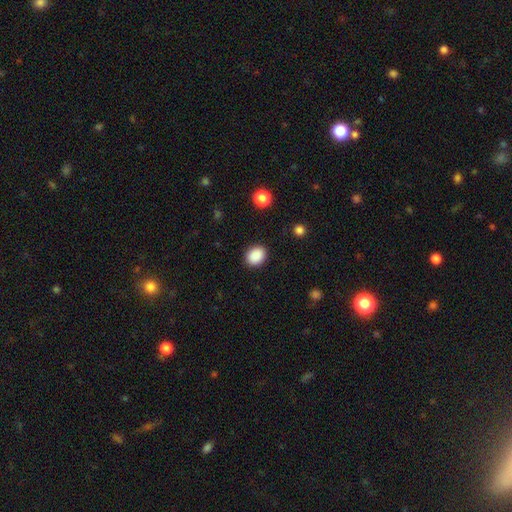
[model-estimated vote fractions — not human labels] Smooth or featured?
  - smooth: 89% *
  - star or artifact: 9%
  - featured or disk: 2%
How rounded?
  - in between: 55% *
  - round: 44%
  - cigar-shaped: 1%
Merging?
  - none: 89% *
  - minor disturbance: 7%
  - major disturbance: 2%
  - merger: 1%